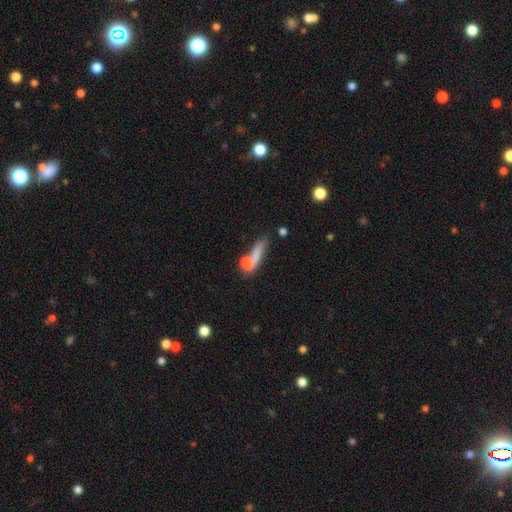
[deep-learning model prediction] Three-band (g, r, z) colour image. It shows a smooth galaxy with no disk features (69%) that is cigar-shaped (44%). Merging: none (40%).